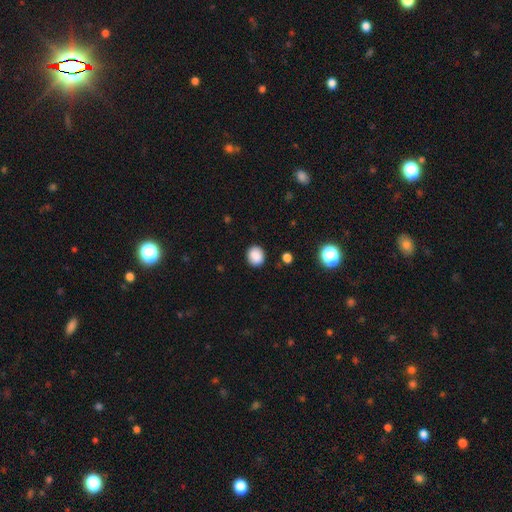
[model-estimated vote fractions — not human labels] This is clearly a smooth galaxy (87%). How rounded: likely round (78%). Merging: clearly none (88%).